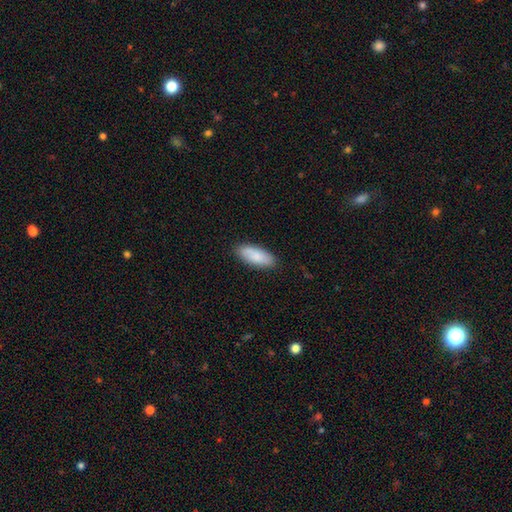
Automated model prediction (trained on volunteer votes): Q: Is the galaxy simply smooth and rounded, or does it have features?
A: smooth — 84%.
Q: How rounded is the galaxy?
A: in between — 80%.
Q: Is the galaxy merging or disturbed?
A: none — 86%.